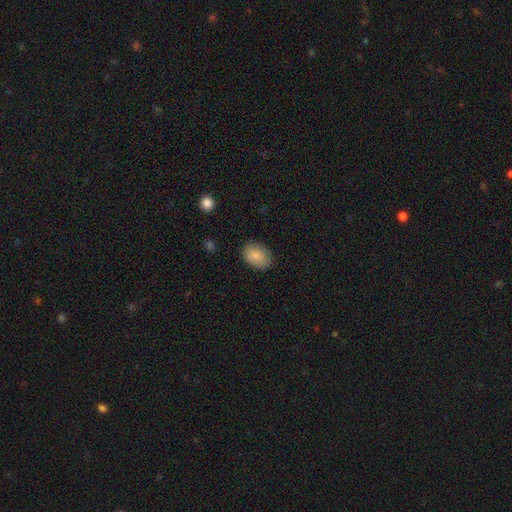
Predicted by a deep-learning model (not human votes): This appears to be a smooth galaxy with no disk features (84%) that is in between round and cigar-shaped (82%). Merging: none (82%).